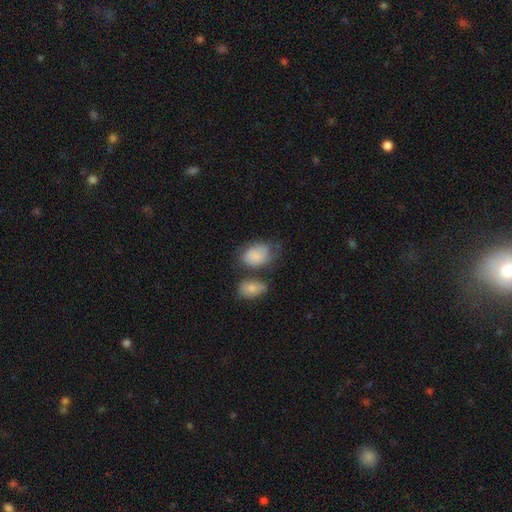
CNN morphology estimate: smooth-or-featured: smooth: 79% | featured or disk: 14% | star or artifact: 7%
  how-rounded: in between: 81% | round: 18% | cigar-shaped: 1%
  merging: none: 39% | minor disturbance: 27% | merger: 20% | major disturbance: 15%